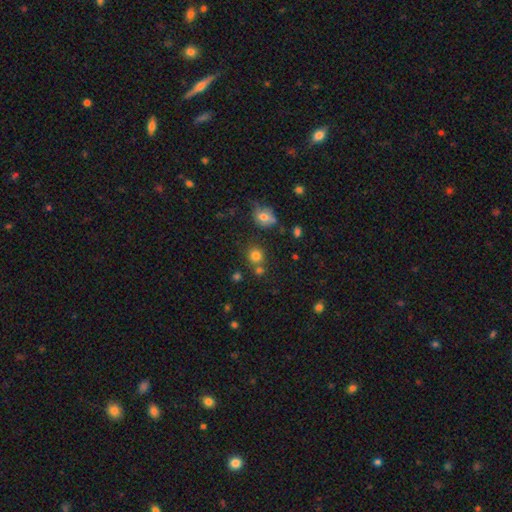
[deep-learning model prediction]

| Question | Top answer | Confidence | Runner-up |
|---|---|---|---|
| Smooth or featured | smooth | 77% | star or artifact (15%) |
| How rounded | round | 85% | in between (14%) |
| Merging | none | 67% | merger (20%) |